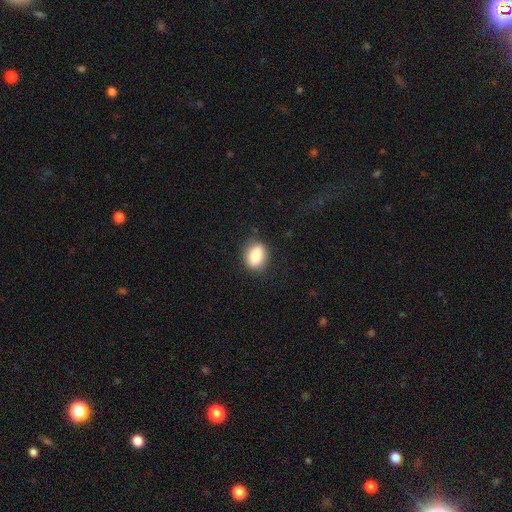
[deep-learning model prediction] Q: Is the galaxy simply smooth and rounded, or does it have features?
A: smooth — 85%.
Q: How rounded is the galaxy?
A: in between — 69%.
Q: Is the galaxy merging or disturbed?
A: none — 82%.